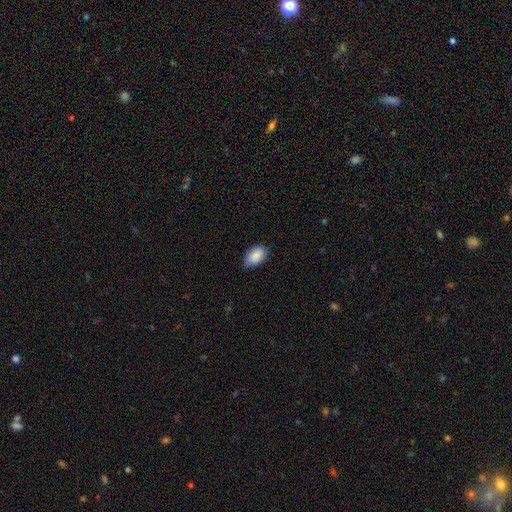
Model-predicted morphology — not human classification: Overall: smooth (88%). How rounded: in between (91%). Merging: none (74%).